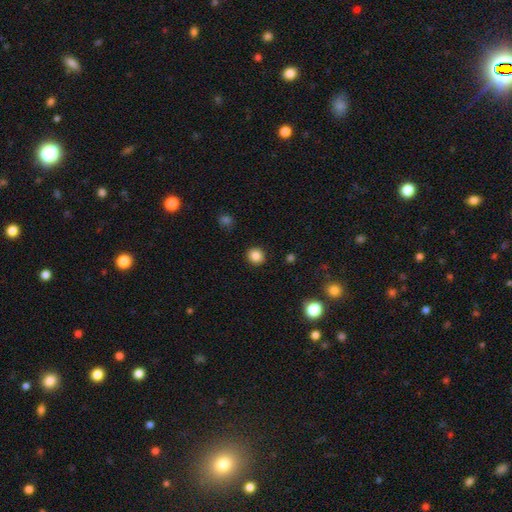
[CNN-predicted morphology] This appears to be a smooth galaxy with no disk features (85%) that is round (88%). Merging: none (91%).